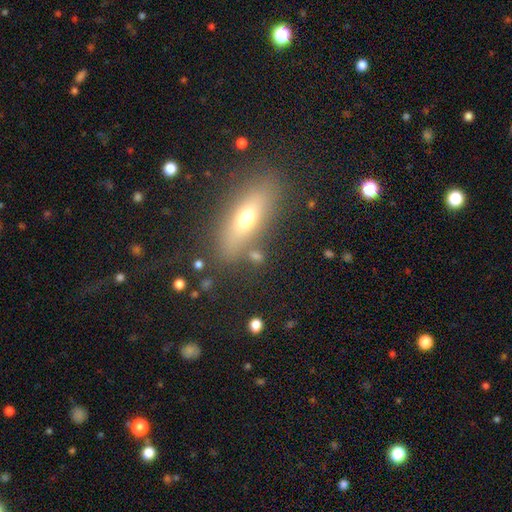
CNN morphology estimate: This is possibly a smooth galaxy (60%). How rounded: possibly in between (55%). Merging: likely none (79%).